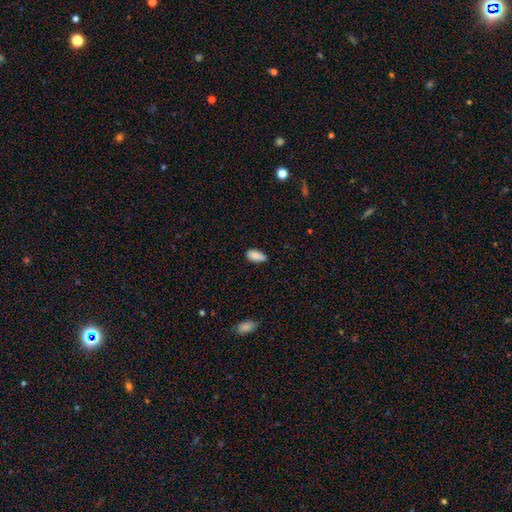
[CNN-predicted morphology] Smooth or featured? smooth (88%)
How rounded? in between (90%)
Merging? none (78%)